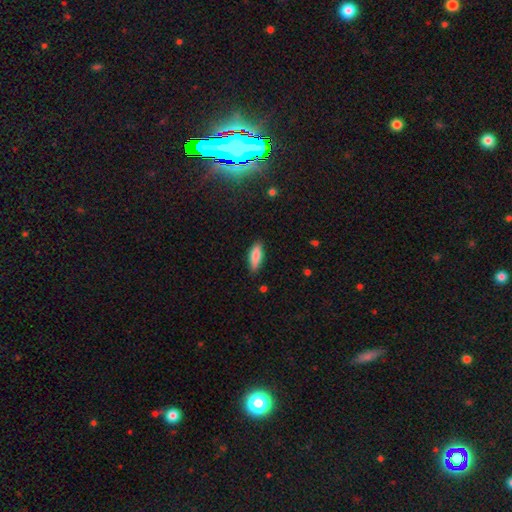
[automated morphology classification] Overall: smooth (83%). How rounded: in between (61%; cigar-shaped 37%). Merging: none (83%).